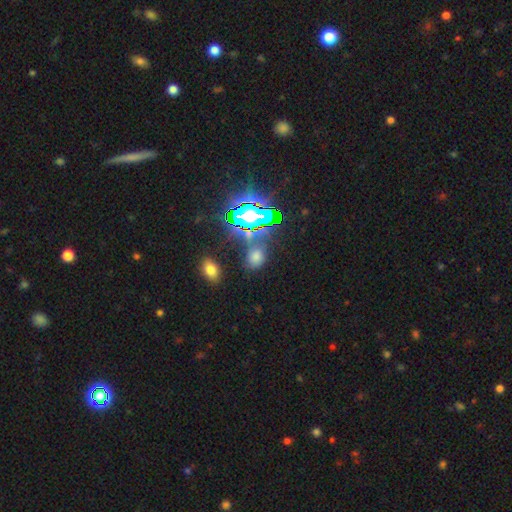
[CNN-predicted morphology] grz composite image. It shows a star or artifact, not a galaxy (45%).